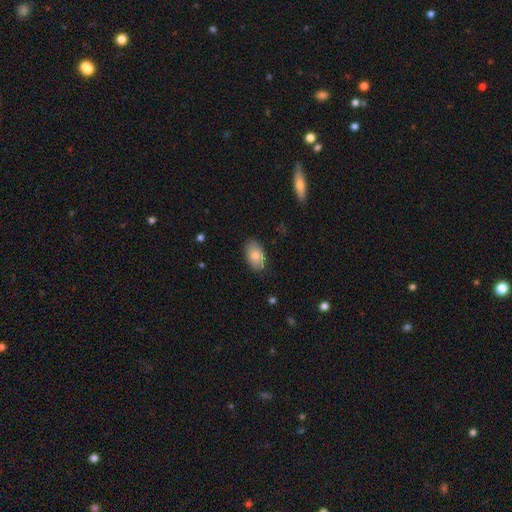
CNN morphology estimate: The model was most divided on "smooth or featured": smooth: 81%, featured or disk: 13%, star or artifact: 6%. More confident: how rounded — in between (92%); merging — none (83%).